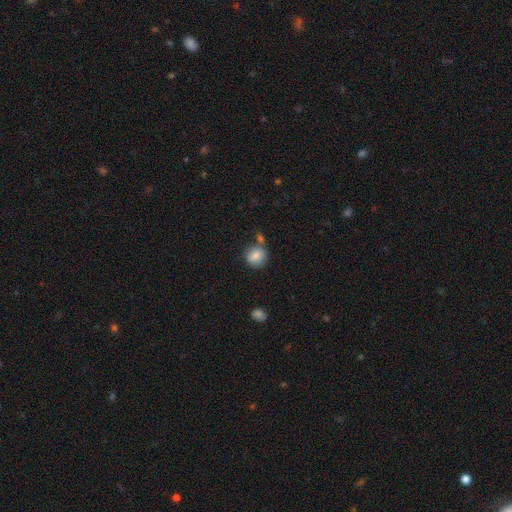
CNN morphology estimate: Q: Smooth or featured?
A: smooth (83%); runner-up: star or artifact (9%)
Q: How rounded?
A: round (88%); runner-up: in between (11%)
Q: Merging?
A: none (66%); runner-up: minor disturbance (16%)